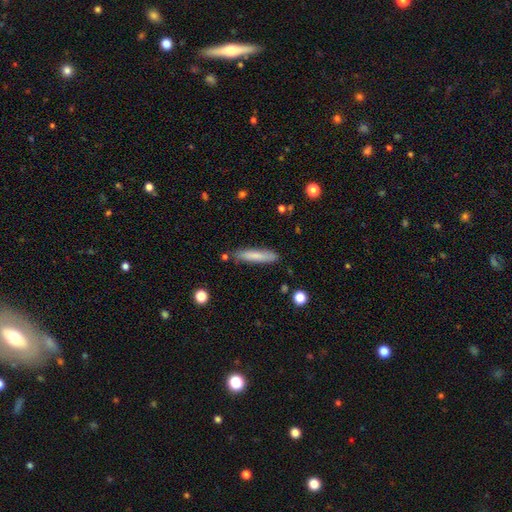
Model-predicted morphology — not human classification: smooth-or-featured: smooth: 76% | featured or disk: 18% | star or artifact: 6%
  how-rounded: cigar-shaped: 88% | in between: 11% | round: 1%
  merging: none: 82% | minor disturbance: 13% | merger: 3% | major disturbance: 2%